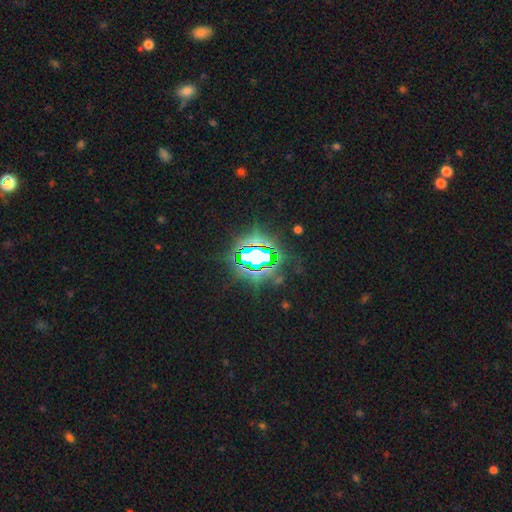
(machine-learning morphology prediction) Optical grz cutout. It shows a star or artifact, not a galaxy (78%).